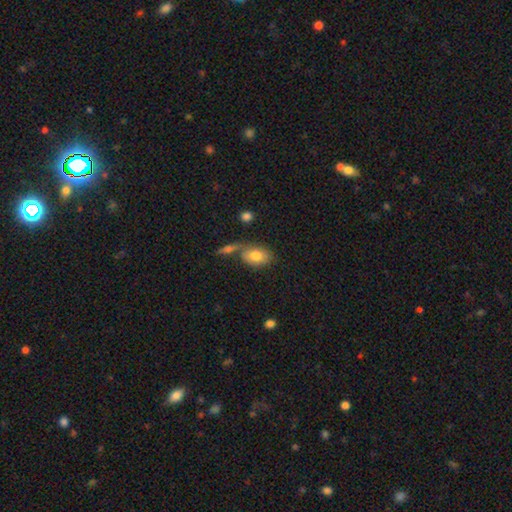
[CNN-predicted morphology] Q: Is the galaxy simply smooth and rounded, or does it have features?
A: smooth — 75%.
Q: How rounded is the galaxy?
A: in between — 84%.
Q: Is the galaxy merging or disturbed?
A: none — 46%.